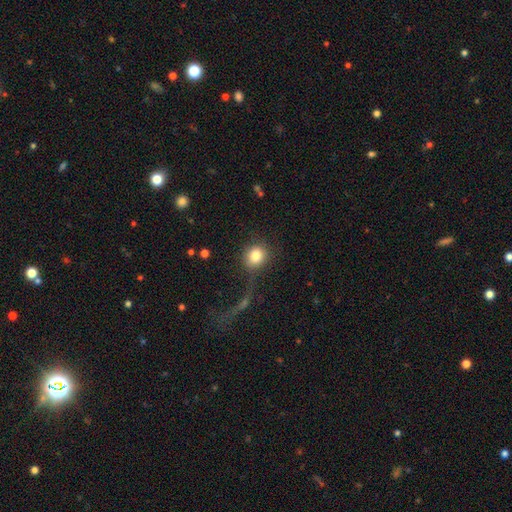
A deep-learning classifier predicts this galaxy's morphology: This appears to be a smooth galaxy with no disk features (83%) that is round (81%). Merging: none (64%).